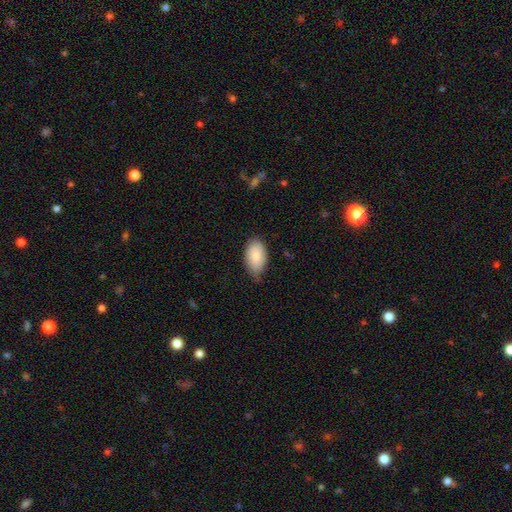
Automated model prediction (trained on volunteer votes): Smooth or featured? smooth (86%)
How rounded? in between (95%)
Merging? none (70%)